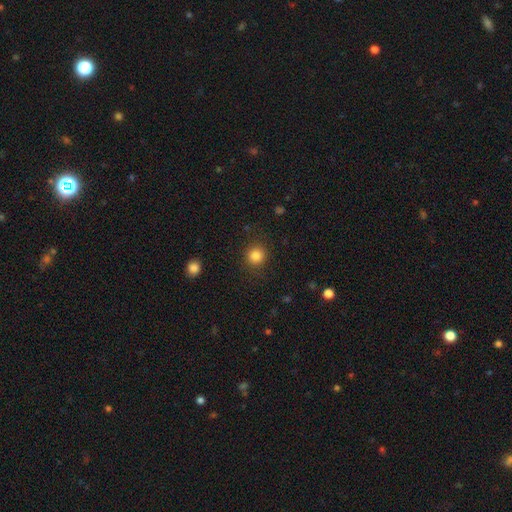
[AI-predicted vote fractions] Smooth or featured? Predicted: smooth (p=0.85). How rounded? Predicted: round (p=0.91). Merging? Predicted: none (p=0.88).